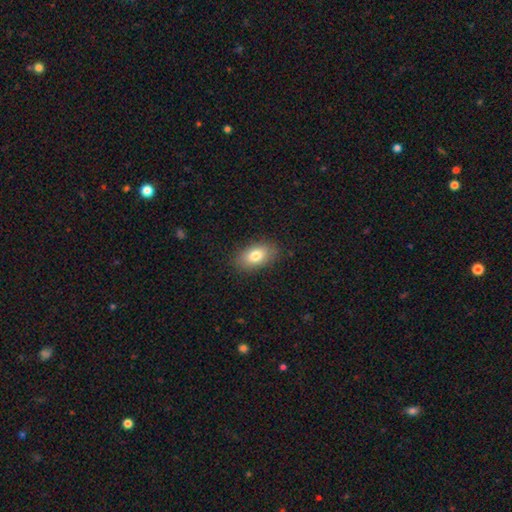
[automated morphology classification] A smooth galaxy with no disk features (79%) that is in between round and cigar-shaped (91%). Merging: none (85%).